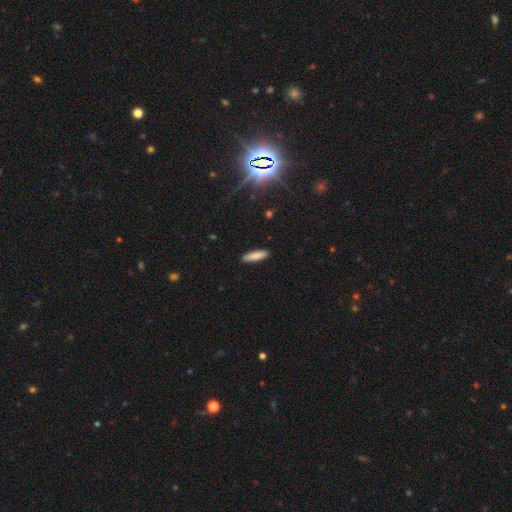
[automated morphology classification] Smooth or featured: smooth — 85% (featured or disk — 8%)
How rounded: cigar-shaped — 62% (in between — 36%)
Merging: none — 89% (minor disturbance — 8%)